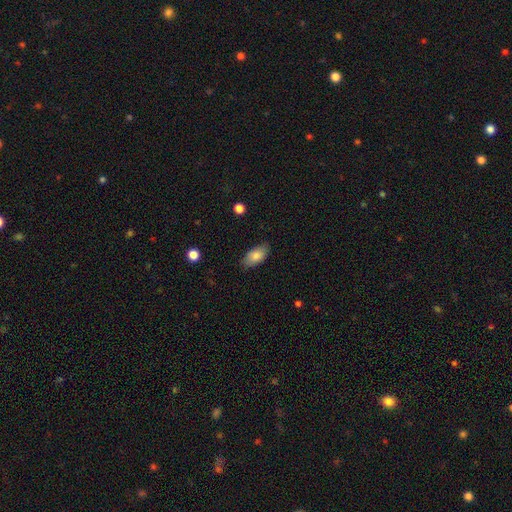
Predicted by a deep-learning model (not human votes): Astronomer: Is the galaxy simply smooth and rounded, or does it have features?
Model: smooth — 84%.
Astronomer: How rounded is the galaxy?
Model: in between — 92%.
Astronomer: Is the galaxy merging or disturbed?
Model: none — 82%.